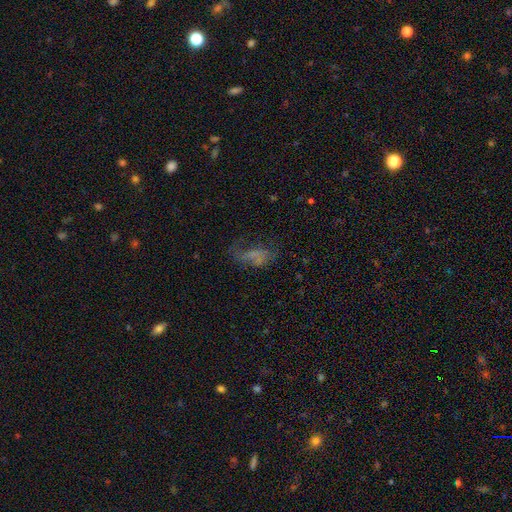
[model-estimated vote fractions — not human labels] Smooth or featured?
  - smooth: 45% *
  - featured or disk: 37%
  - star or artifact: 18%
Merging?
  - major disturbance: 37% *
  - none: 35%
  - minor disturbance: 22%
  - merger: 6%